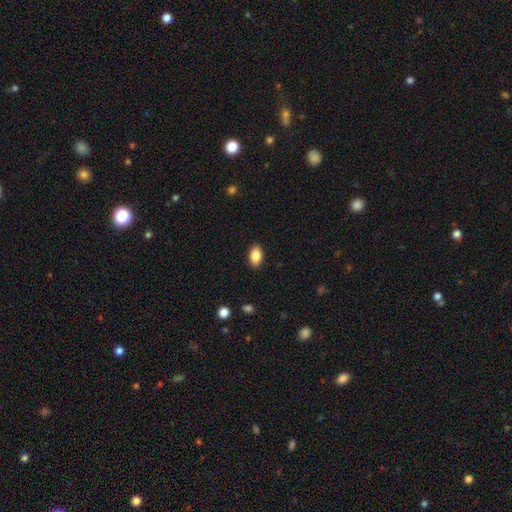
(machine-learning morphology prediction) smooth-or-featured: smooth: 87% | star or artifact: 8% | featured or disk: 5%
  how-rounded: in between: 90% | round: 8% | cigar-shaped: 2%
  merging: none: 89% | minor disturbance: 8% | major disturbance: 2% | merger: 1%